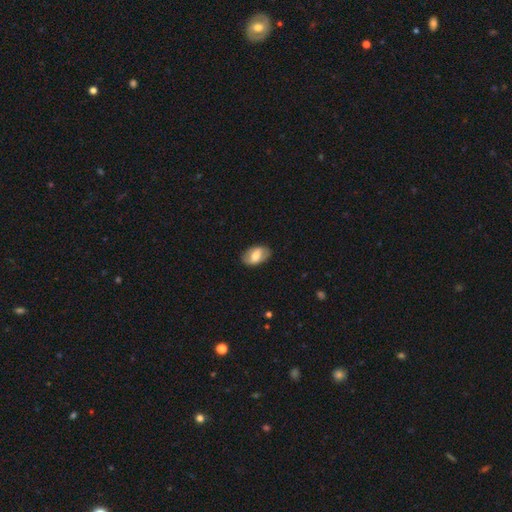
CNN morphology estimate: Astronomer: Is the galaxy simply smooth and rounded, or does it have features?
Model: smooth — 61%.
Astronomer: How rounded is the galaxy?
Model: in between — 92%.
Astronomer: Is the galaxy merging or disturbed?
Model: none — 83%.